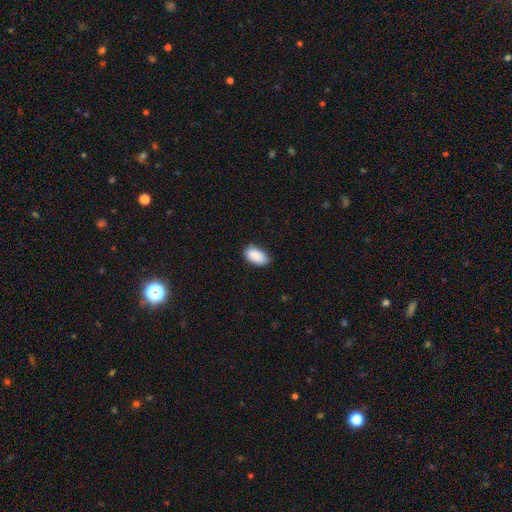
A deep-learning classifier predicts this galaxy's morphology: Smooth or featured: smooth — 90% (star or artifact — 7%)
How rounded: in between — 94% (round — 4%)
Merging: none — 76% (minor disturbance — 20%)